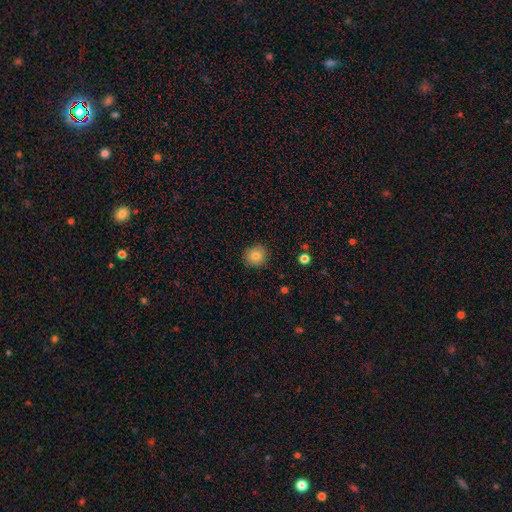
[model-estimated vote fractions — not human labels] Morphology: type=smooth (81%); roundness=round (88%); merging=none (88%).